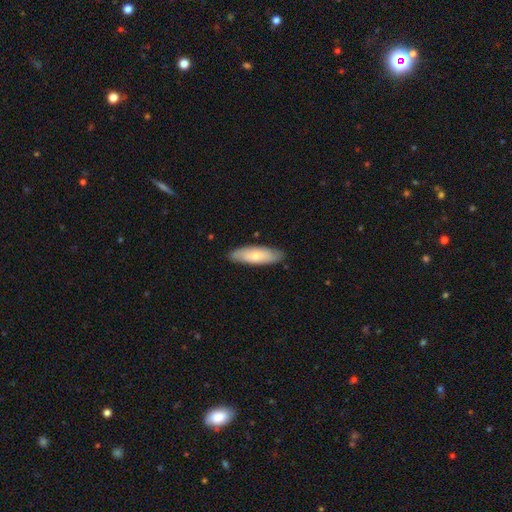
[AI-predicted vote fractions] This appears to be a smooth galaxy with no disk features (67%) that is in between round and cigar-shaped (56%). Merging: none (85%).